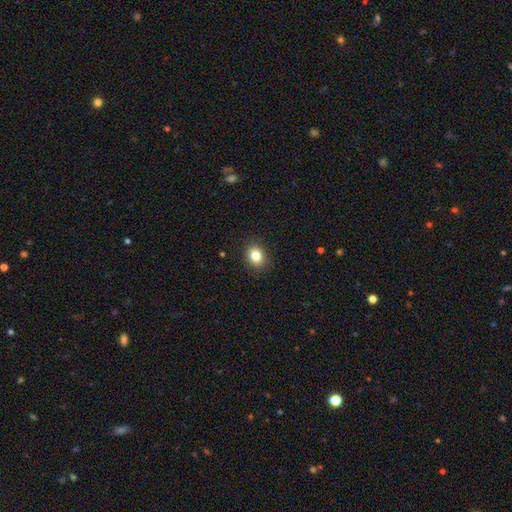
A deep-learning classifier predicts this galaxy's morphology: smooth_or_featured: smooth (p=0.82) [alt: star or artifact p=0.11]
how_rounded: round (p=0.56) [alt: in between p=0.43]
merging: none (p=0.89) [alt: minor disturbance p=0.08]